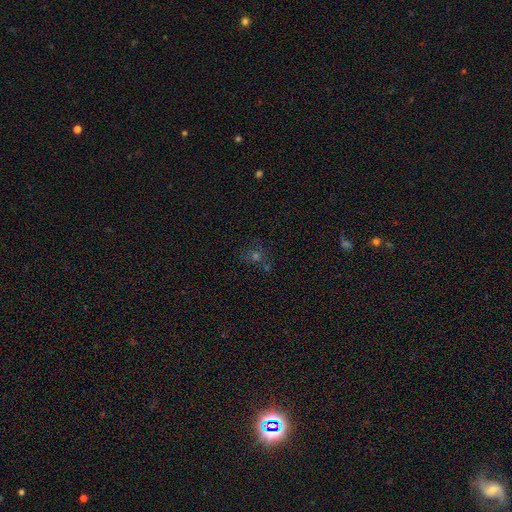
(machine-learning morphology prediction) smooth_or_featured: star or artifact (p=0.42) [alt: smooth p=0.41]